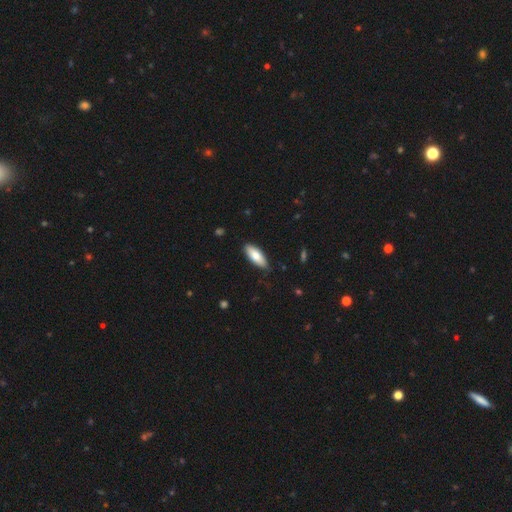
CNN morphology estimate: smooth 78%, featured or disk 17%, star or artifact 5%. Down the decision tree: how rounded — in between (72%); merging — none (84%).